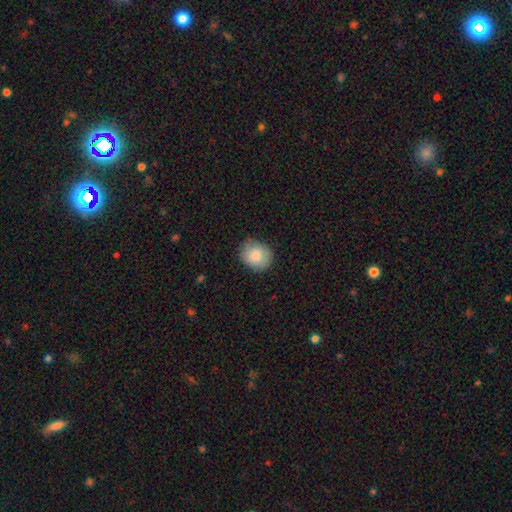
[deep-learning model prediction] smooth_or_featured: smooth (p=0.85) [alt: featured or disk p=0.08]
how_rounded: round (p=0.69) [alt: in between p=0.30]
merging: none (p=0.82) [alt: minor disturbance p=0.14]